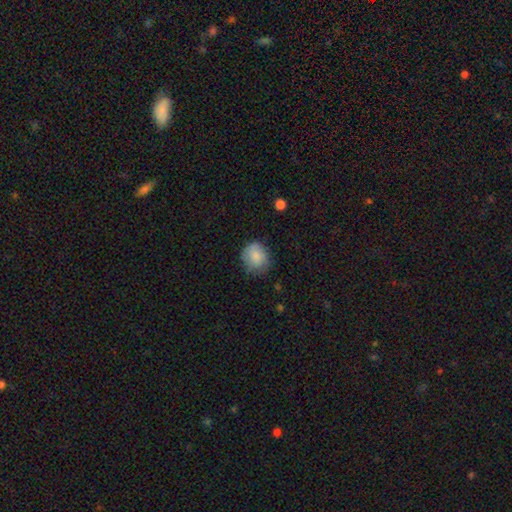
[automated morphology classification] Smooth or featured?
  - smooth: 83% *
  - featured or disk: 9%
  - star or artifact: 8%
How rounded?
  - round: 79% *
  - in between: 21%
  - cigar-shaped: 1%
Merging?
  - none: 69% *
  - minor disturbance: 23%
  - major disturbance: 6%
  - merger: 1%